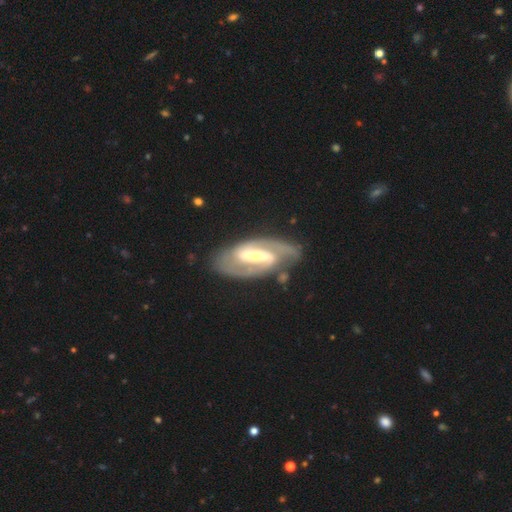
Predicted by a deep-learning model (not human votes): Morphology: type=featured or disk (89%); edge-on=no (95%); bar=strong (69%); spiral arms=yes (95%); winding=medium (50%); arm count=2 (91%); bulge=moderate (49%); merging=none (76%).